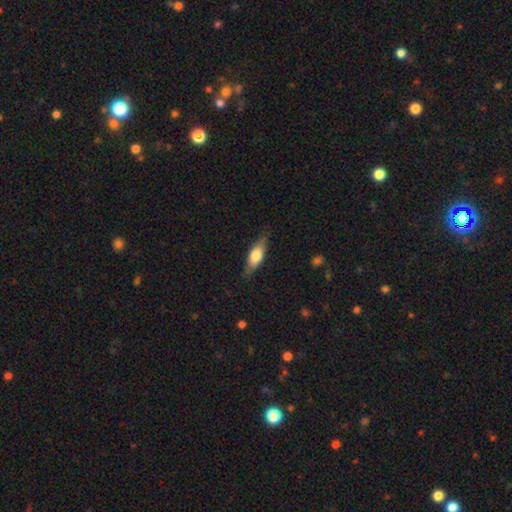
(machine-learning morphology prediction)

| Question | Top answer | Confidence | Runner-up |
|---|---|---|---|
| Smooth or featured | smooth | 62% | featured or disk (32%) |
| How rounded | in between | 67% | cigar-shaped (30%) |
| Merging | none | 79% | minor disturbance (17%) |